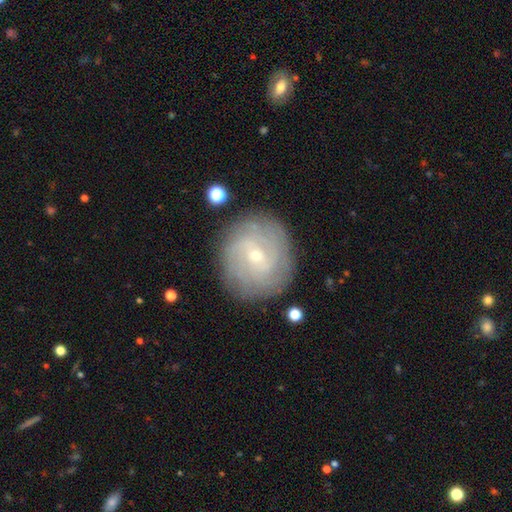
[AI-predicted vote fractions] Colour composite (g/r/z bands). It shows a featured or disk galaxy (72%) with no bar (49%), tight (68%) spiral arms (88%) and a small central bulge (71%). Merging: none (83%).